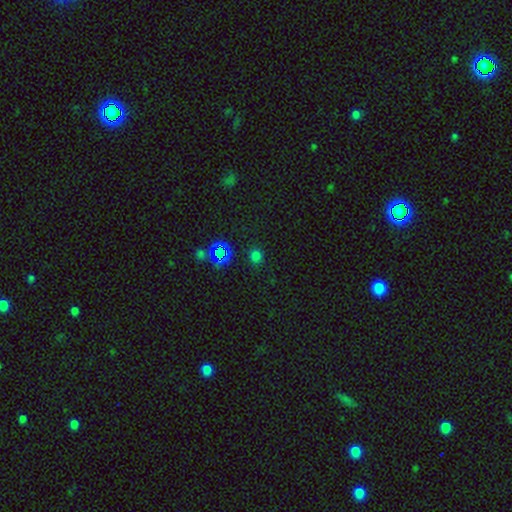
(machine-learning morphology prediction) This is likely a smooth galaxy (65%). How rounded: likely round (79%). Merging: clearly none (85%).